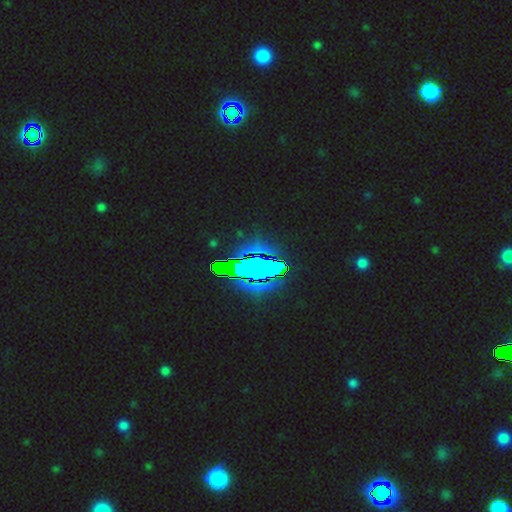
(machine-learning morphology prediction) A star or artifact, not a galaxy (82%).